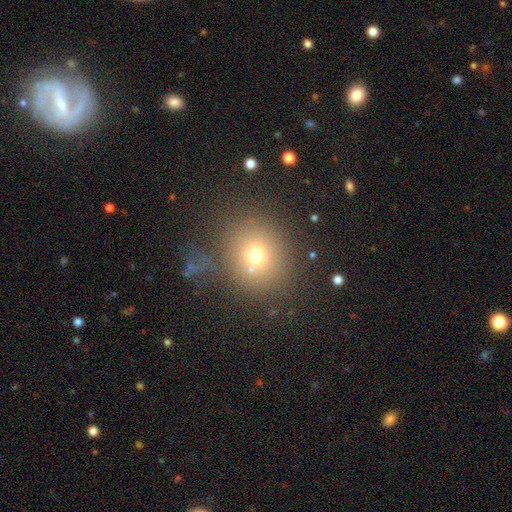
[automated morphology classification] type=smooth (68%); roundness=round (84%); merging=none (72%).